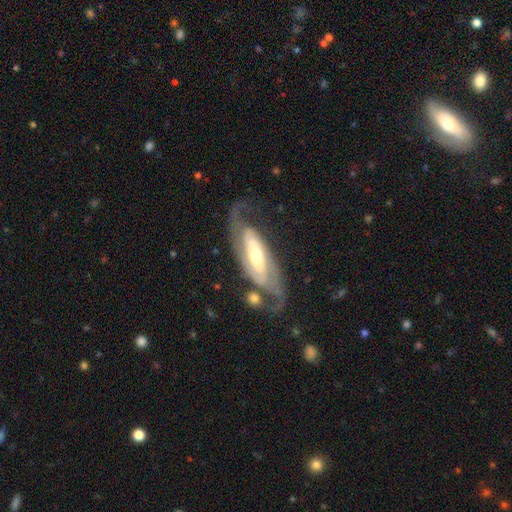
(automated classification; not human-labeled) Q: Smooth or featured?
A: featured or disk (86%); runner-up: smooth (9%)
Q: Edge-on disk?
A: no (90%); runner-up: yes (10%)
Q: Bar?
A: strong (38%); runner-up: weak (31%)
Q: Spiral arms?
A: yes (94%); runner-up: no (6%)
Q: Spiral winding?
A: medium (44%); runner-up: tight (35%)
Q: Spiral arm count?
A: 2 (85%); runner-up: can't tell (7%)
Q: Bulge size?
A: moderate (54%); runner-up: small (35%)
Q: Merging?
A: none (68%); runner-up: minor disturbance (16%)